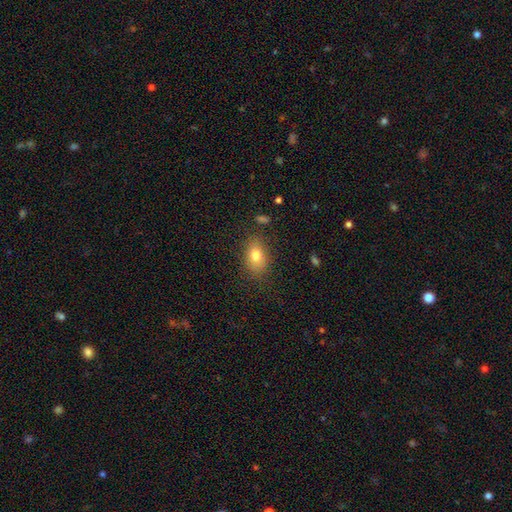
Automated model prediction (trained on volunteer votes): smooth_or_featured: smooth (p=0.79) [alt: featured or disk p=0.11]
how_rounded: in between (p=0.82) [alt: round p=0.16]
merging: none (p=0.80) [alt: minor disturbance p=0.14]